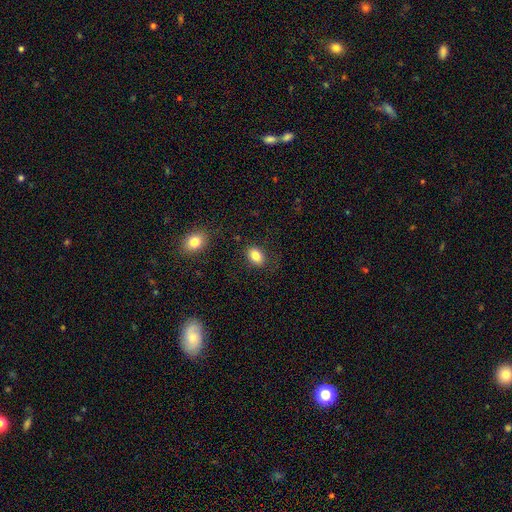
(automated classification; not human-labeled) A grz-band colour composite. It shows a smooth galaxy with no disk features (84%) that is in between round and cigar-shaped (79%). Merging: none (82%).